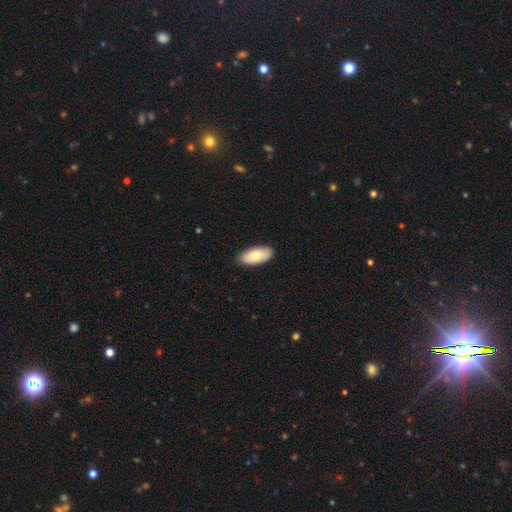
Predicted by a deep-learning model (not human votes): This appears to be a smooth galaxy with no disk features (76%) that is in between round and cigar-shaped (93%). Merging: none (88%).